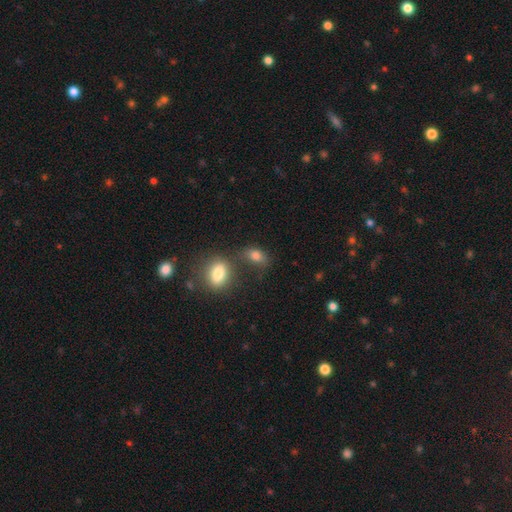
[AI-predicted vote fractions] This appears to be a smooth galaxy with no disk features (80%) that is in between round and cigar-shaped (78%). Merging: none (52%).